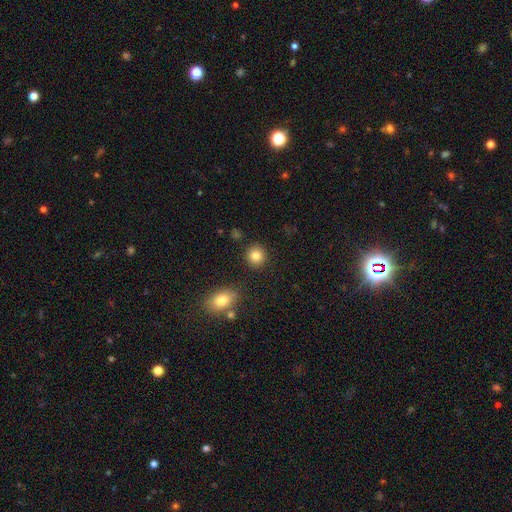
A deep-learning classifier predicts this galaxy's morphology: Overall: smooth (84%). How rounded: round (91%). Merging: none (89%).